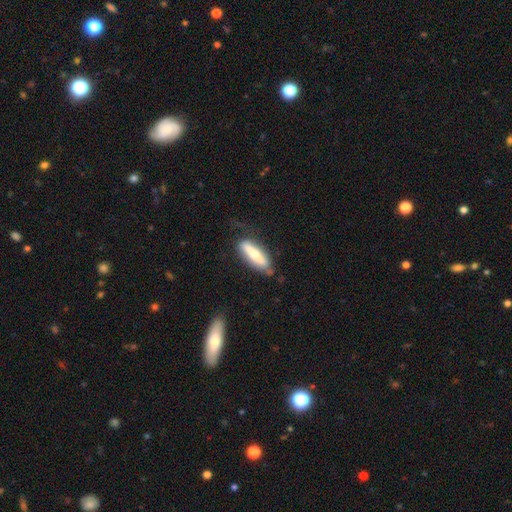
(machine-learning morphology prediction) Smooth or featured: smooth — 51% (featured or disk — 44%)
How rounded: cigar-shaped — 60% (in between — 38%)
Merging: none — 65% (minor disturbance — 23%)